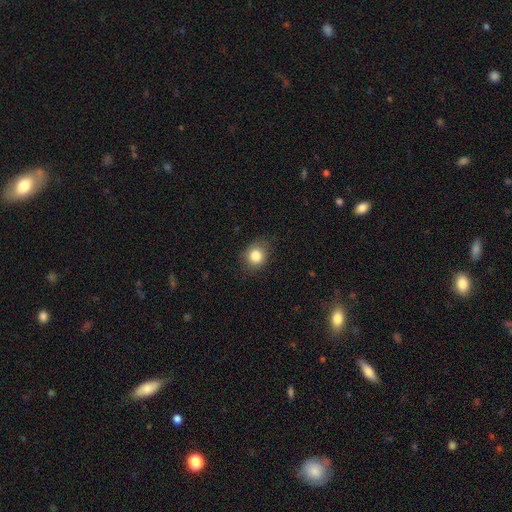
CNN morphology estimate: This is clearly a smooth galaxy (83%). How rounded: likely round (65%). Merging: likely none (78%).